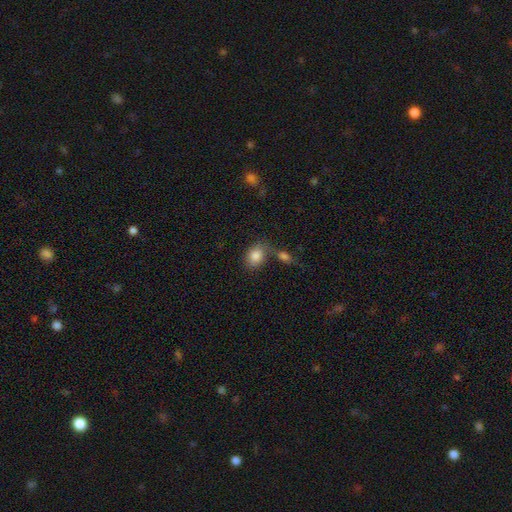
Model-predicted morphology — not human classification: Q: Smooth or featured?
A: smooth (84%); runner-up: star or artifact (8%)
Q: How rounded?
A: in between (64%); runner-up: round (34%)
Q: Merging?
A: none (55%); runner-up: merger (23%)